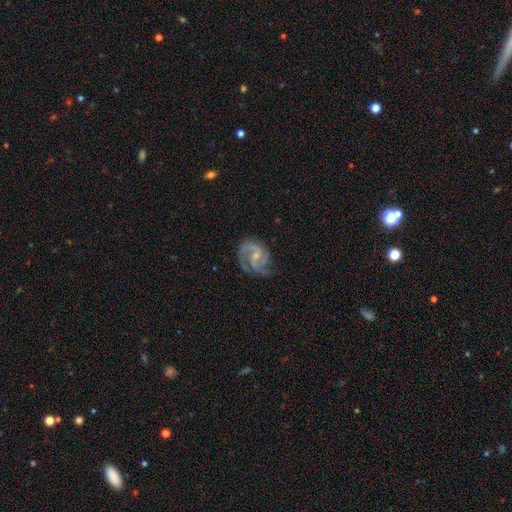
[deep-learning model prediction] Smooth or featured?
  - featured or disk: 88% *
  - smooth: 6%
  - star or artifact: 5%
Edge-on disk?
  - no: 98% *
  - yes: 2%
Bar?
  - no: 46% *
  - weak: 44%
  - strong: 10%
Spiral arms?
  - yes: 97% *
  - no: 3%
Spiral winding?
  - medium: 55% *
  - tight: 30%
  - loose: 16%
Spiral arm count?
  - 2: 64% *
  - 3: 19%
  - can't tell: 7%
  - 1: 4%
  - 4: 3%
  - more than 4: 3%
Bulge size?
  - small: 65% *
  - moderate: 30%
  - none: 4%
  - large: 1%
  - dominant: 1%
Merging?
  - none: 67% *
  - minor disturbance: 22%
  - major disturbance: 10%
  - merger: 2%